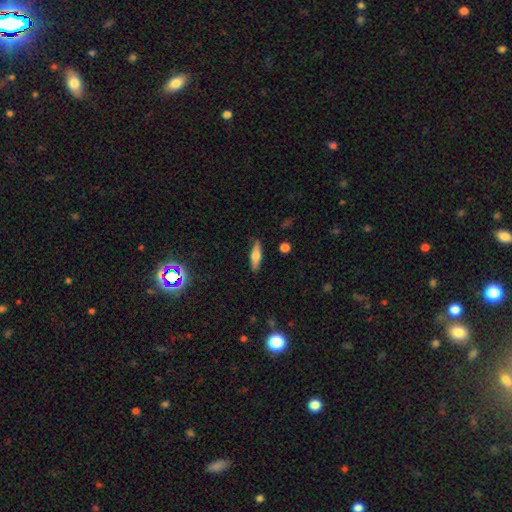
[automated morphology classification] The model was most divided on "how rounded": cigar-shaped: 59%, in between: 39%, round: 3%. More confident: merging — none (86%); smooth or featured — smooth (58%).